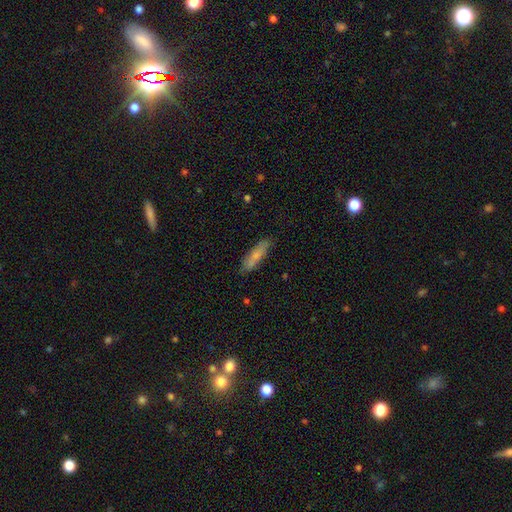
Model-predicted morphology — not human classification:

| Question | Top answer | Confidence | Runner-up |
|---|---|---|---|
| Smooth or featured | smooth | 71% | featured or disk (23%) |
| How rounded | cigar-shaped | 67% | in between (32%) |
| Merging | none | 80% | minor disturbance (15%) |